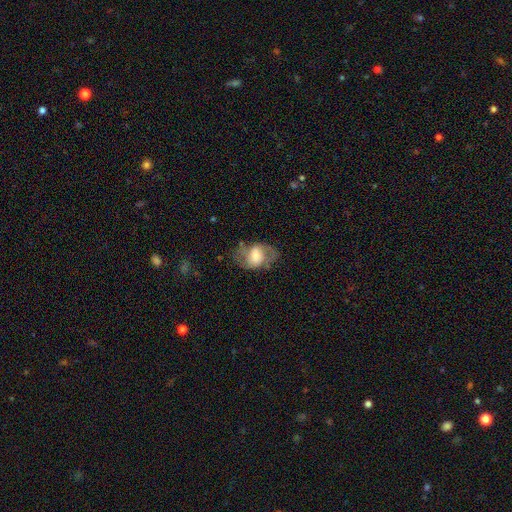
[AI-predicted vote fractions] This appears to be a featured or disk galaxy (54%) with no bar (45%), spiral arms (70%) and a moderate central bulge (41%). Merging: none (55%).